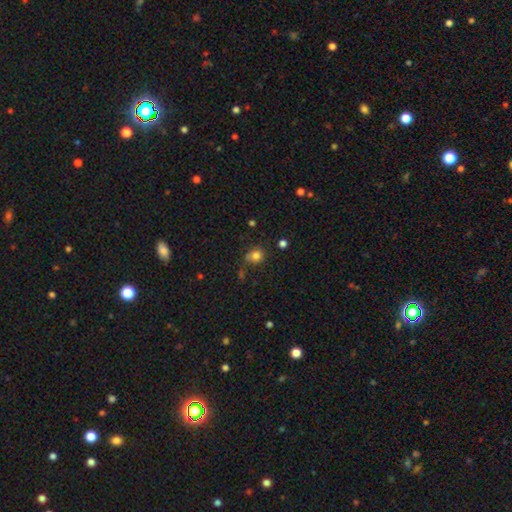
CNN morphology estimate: type=smooth (81%); roundness=round (78%); merging=none (69%).